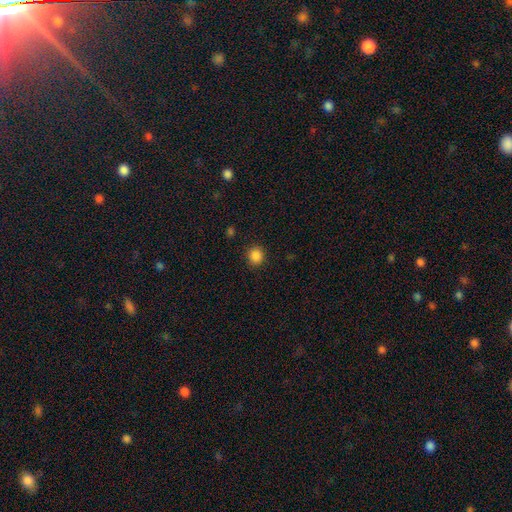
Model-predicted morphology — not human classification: This is clearly a smooth galaxy (86%). How rounded: clearly round (84%). Merging: clearly none (89%).